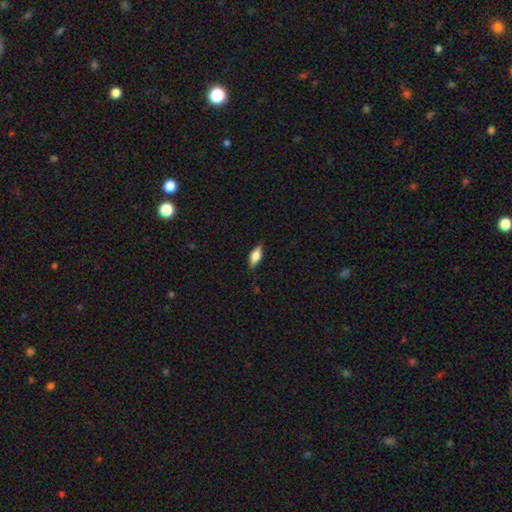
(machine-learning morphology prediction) A smooth galaxy with no disk features (73%) that is in between round and cigar-shaped (79%).

Vote fractions:
- Smooth or featured? smooth: 73% / featured or disk: 20% / star or artifact: 7%
- How rounded? in between: 79% / cigar-shaped: 18% / round: 3%
- Merging? none: 80% / minor disturbance: 16% / major disturbance: 3% / merger: 1%